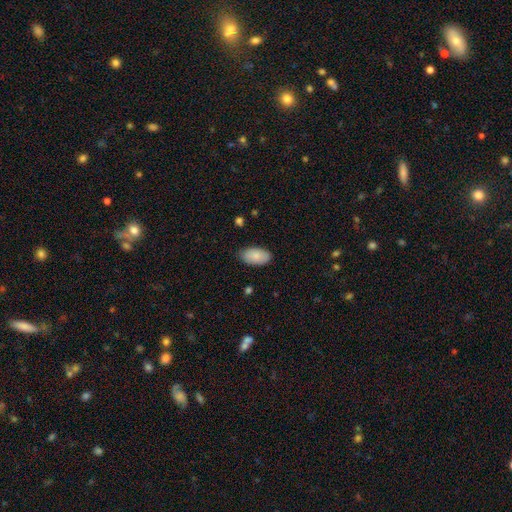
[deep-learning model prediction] smooth 85%, featured or disk 9%, star or artifact 6%. Down the decision tree: how rounded — in between (95%); merging — none (84%).